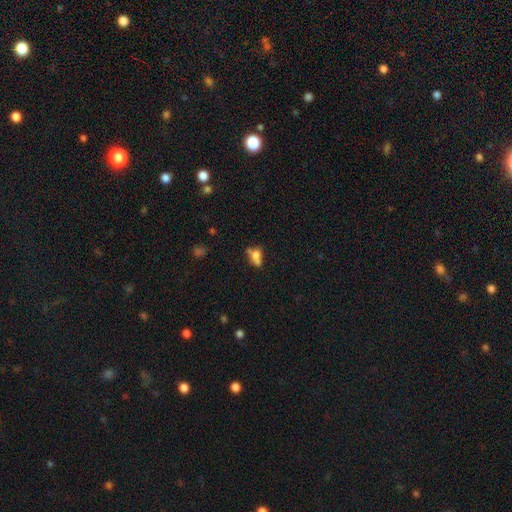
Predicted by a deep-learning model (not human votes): Smooth or featured?
  - smooth: 62% *
  - featured or disk: 26%
  - star or artifact: 12%
How rounded?
  - in between: 67% *
  - round: 25%
  - cigar-shaped: 8%
Merging?
  - none: 36% *
  - merger: 32%
  - minor disturbance: 20%
  - major disturbance: 12%